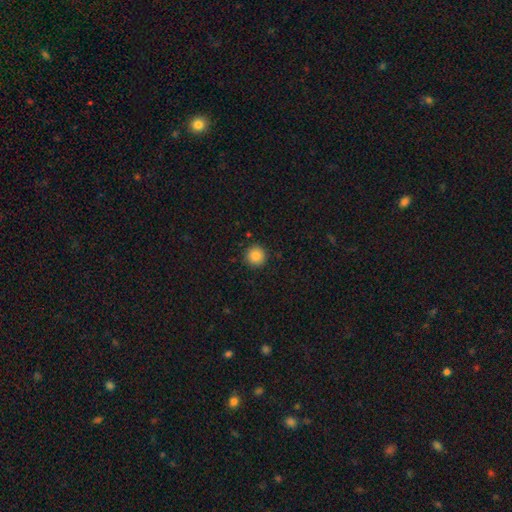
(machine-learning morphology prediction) Smooth or featured? smooth (85%)
How rounded? round (95%)
Merging? none (91%)